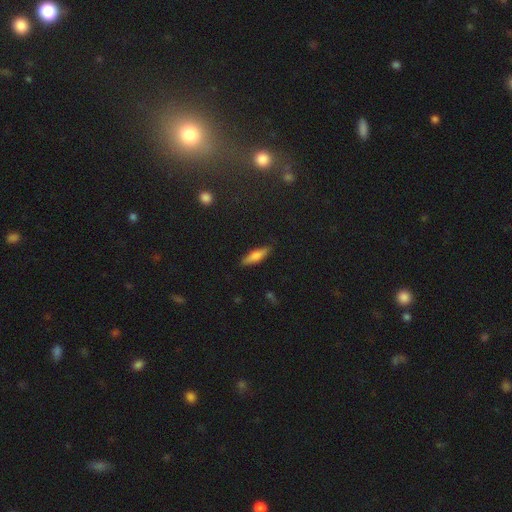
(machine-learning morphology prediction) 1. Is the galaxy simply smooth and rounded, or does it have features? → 66% smooth, 27% featured or disk, 8% star or artifact.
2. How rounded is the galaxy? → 62% cigar-shaped, 36% in between, 2% round.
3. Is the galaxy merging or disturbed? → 85% none, 11% minor disturbance, 2% major disturbance, 1% merger.